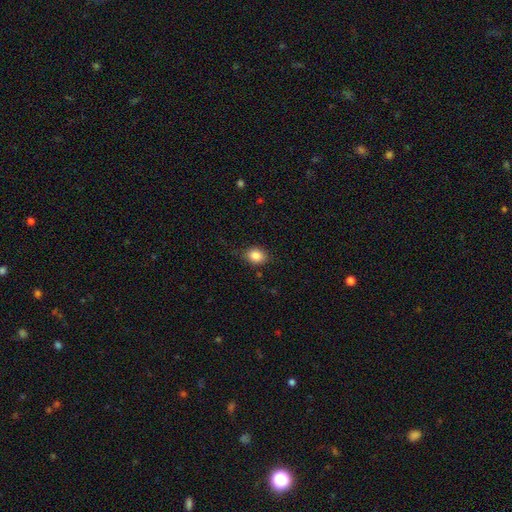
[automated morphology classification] The model was most divided on "how rounded": in between: 57%, round: 42%, cigar-shaped: 1%. More confident: smooth or featured — smooth (84%); merging — none (73%).